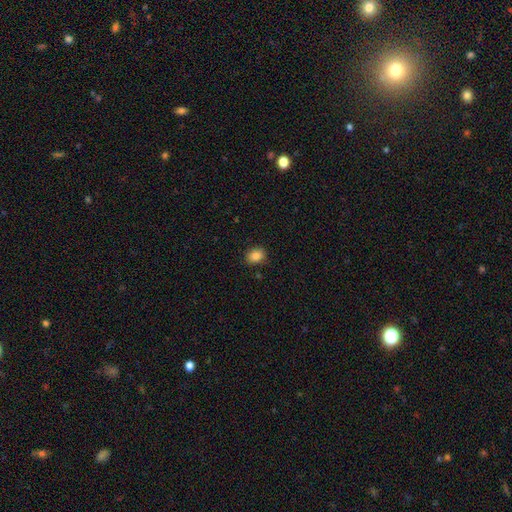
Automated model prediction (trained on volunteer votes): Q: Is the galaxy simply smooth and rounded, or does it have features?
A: smooth — 85%.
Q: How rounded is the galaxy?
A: in between — 56%.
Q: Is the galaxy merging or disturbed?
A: none — 86%.